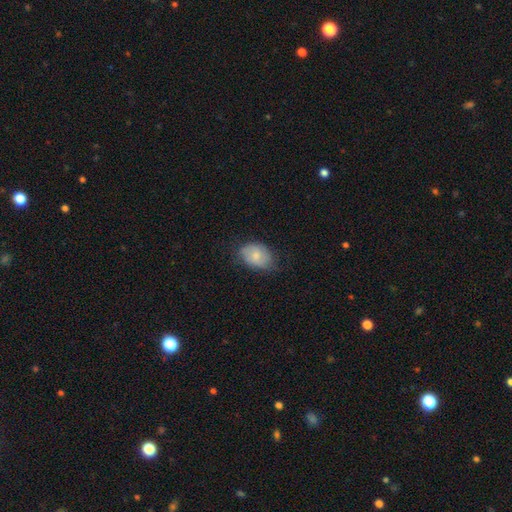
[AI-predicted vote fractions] Morphology: type=smooth (71%); roundness=in between (77%); merging=none (63%).